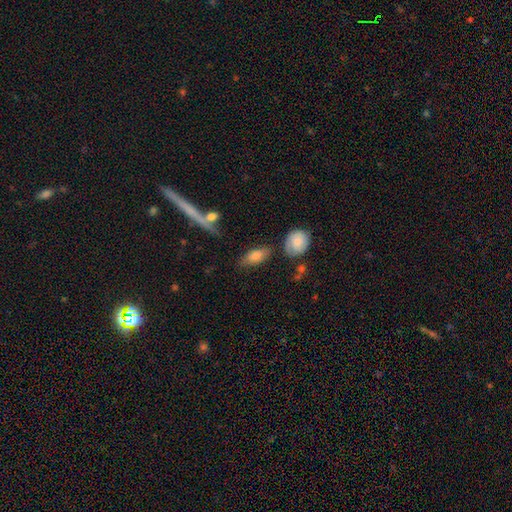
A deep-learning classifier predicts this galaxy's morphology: Smooth or featured?
  - smooth: 78% *
  - featured or disk: 15%
  - star or artifact: 7%
How rounded?
  - in between: 85% *
  - cigar-shaped: 11%
  - round: 4%
Merging?
  - none: 70% *
  - minor disturbance: 19%
  - merger: 6%
  - major disturbance: 5%